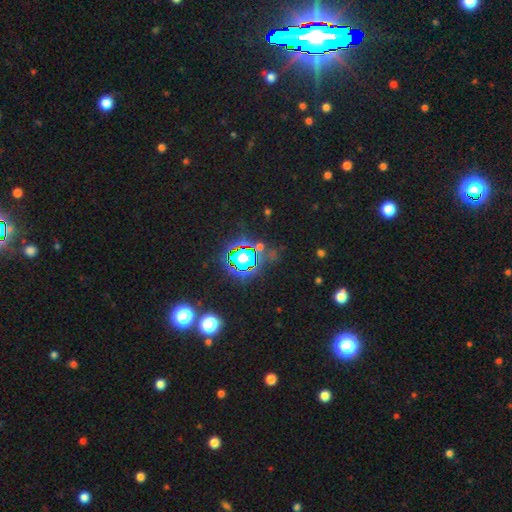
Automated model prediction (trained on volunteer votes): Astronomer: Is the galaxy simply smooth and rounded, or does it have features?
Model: star or artifact — 82%.